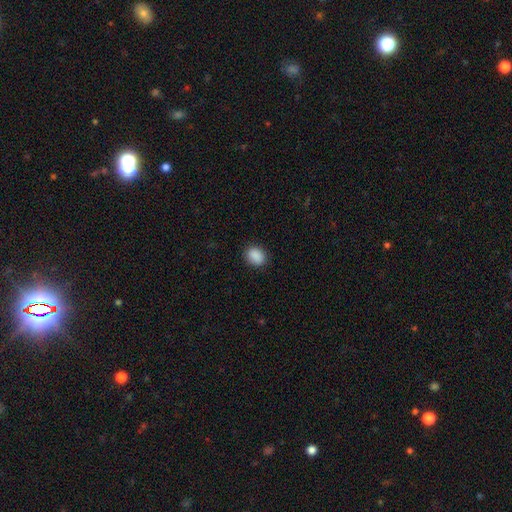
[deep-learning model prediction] smooth_or_featured: smooth (p=0.90) [alt: star or artifact p=0.08]
how_rounded: in between (p=0.59) [alt: round p=0.40]
merging: none (p=0.88) [alt: minor disturbance p=0.09]